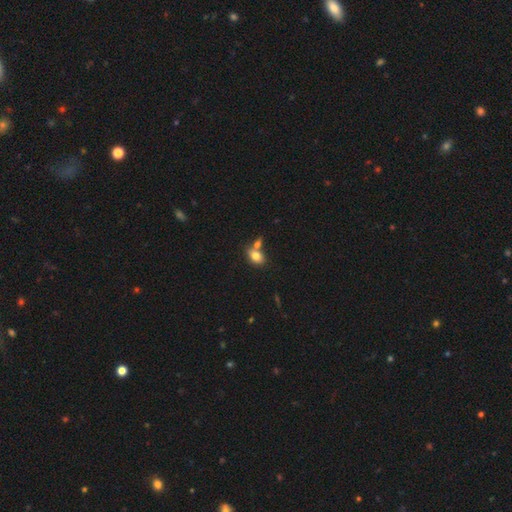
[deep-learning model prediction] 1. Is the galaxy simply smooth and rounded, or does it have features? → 79% smooth, 12% featured or disk, 9% star or artifact.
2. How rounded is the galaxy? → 83% in between, 15% round, 2% cigar-shaped.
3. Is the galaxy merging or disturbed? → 48% none, 38% merger, 11% minor disturbance, 3% major disturbance.